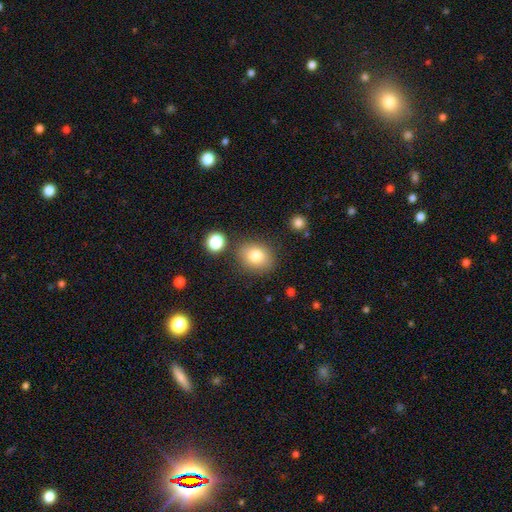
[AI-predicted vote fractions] This appears to be a smooth galaxy with no disk features (81%) that is round (55%). Merging: none (80%).